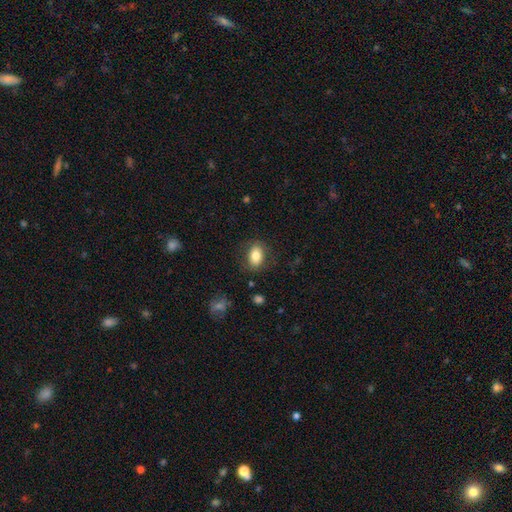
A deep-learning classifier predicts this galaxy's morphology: Q: Smooth or featured?
A: smooth (81%); runner-up: featured or disk (11%)
Q: How rounded?
A: in between (85%); runner-up: round (14%)
Q: Merging?
A: none (80%); runner-up: minor disturbance (14%)